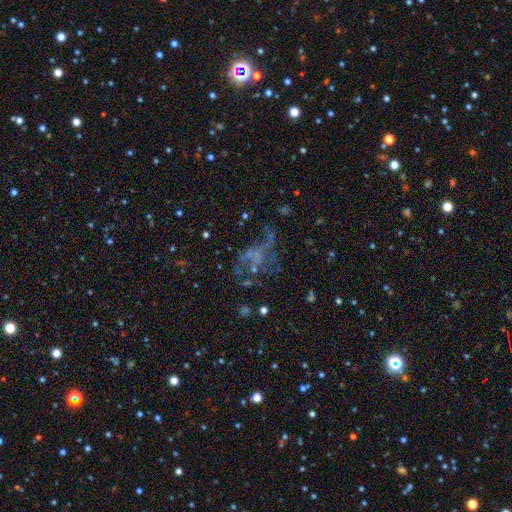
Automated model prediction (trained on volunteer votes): A featured or disk galaxy (56%) with no bar (83%), no spiral arms (73%) and no central bulge (73%). Merging: major disturbance (39%).